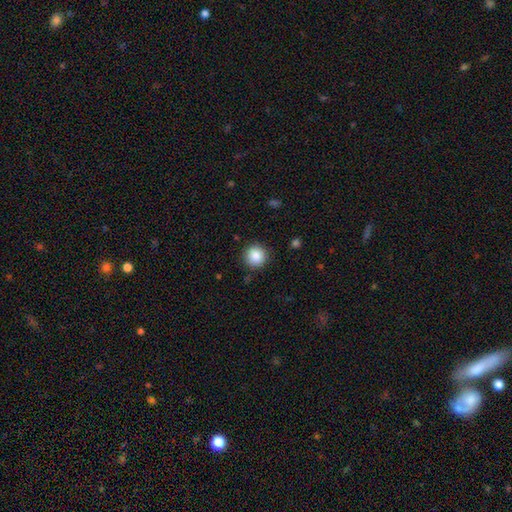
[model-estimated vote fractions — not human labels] smooth 87%, star or artifact 9%, featured or disk 4%. Down the decision tree: how rounded — round (94%); merging — none (89%).